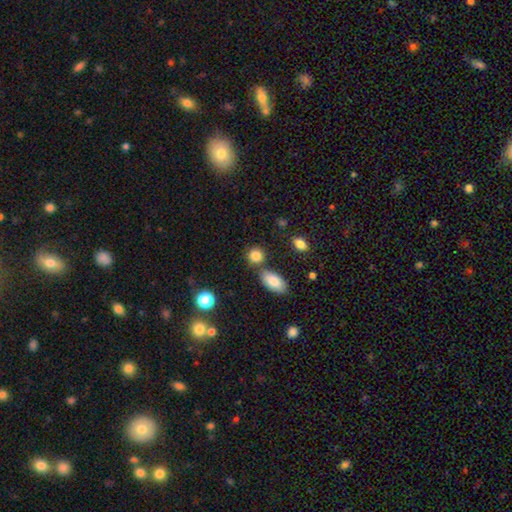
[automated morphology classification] Overall: smooth (84%). How rounded: round (76%). Merging: none (69%).